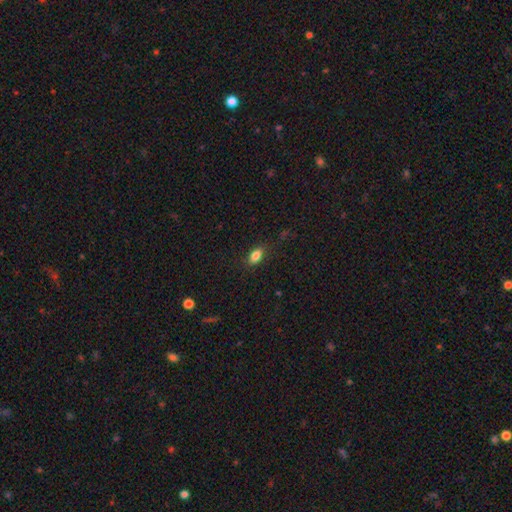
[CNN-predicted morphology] Smooth or featured? Predicted: smooth (p=0.84). How rounded? Predicted: in between (p=0.86). Merging? Predicted: none (p=0.84).